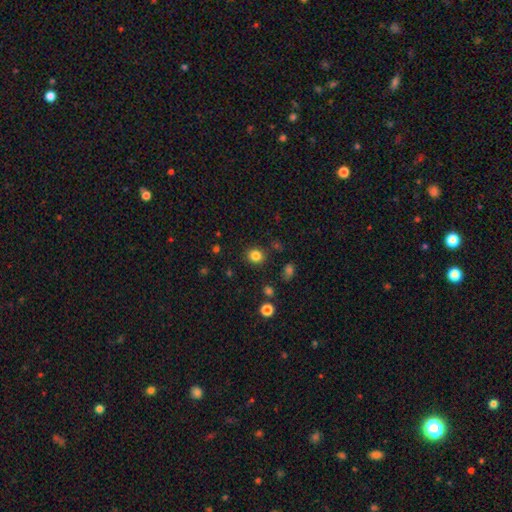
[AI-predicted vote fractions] A smooth galaxy with no disk features (83%) that is round (79%). Merging: none (87%).